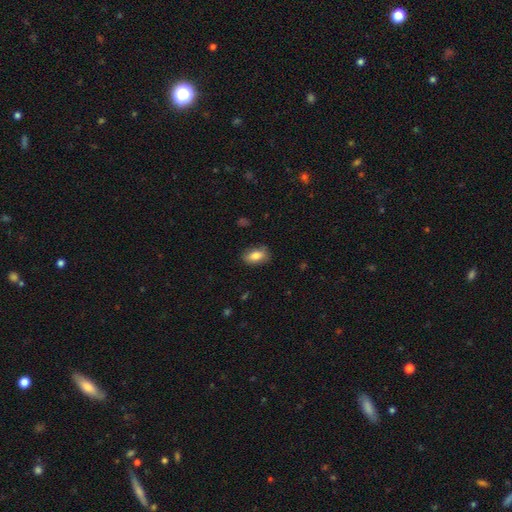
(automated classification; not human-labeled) smooth-or-featured: smooth: 82% | featured or disk: 10% | star or artifact: 7%
  how-rounded: in between: 89% | round: 7% | cigar-shaped: 4%
  merging: none: 82% | minor disturbance: 14% | major disturbance: 3% | merger: 1%